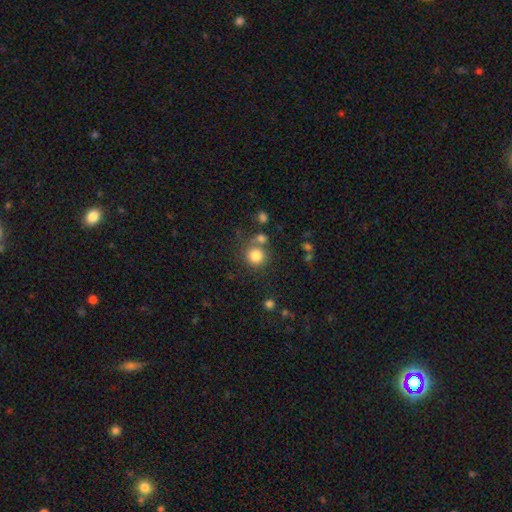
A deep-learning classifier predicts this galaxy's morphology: A smooth galaxy with no disk features (82%) that is round (92%).

Vote fractions:
- Smooth or featured? smooth: 82% / star or artifact: 12% / featured or disk: 7%
- How rounded? round: 92% / in between: 7% / cigar-shaped: 1%
- Merging? none: 69% / merger: 17% / minor disturbance: 9% / major disturbance: 4%